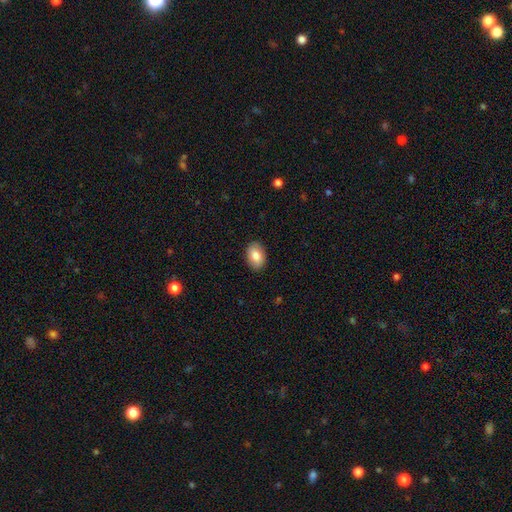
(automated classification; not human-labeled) Morphology: type=smooth (84%); roundness=in between (86%); merging=none (89%).